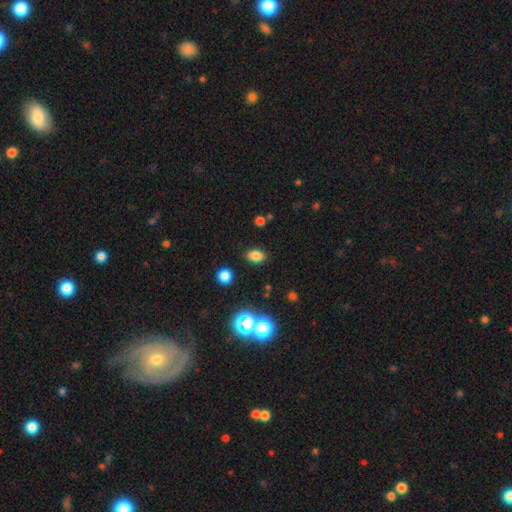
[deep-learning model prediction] Overall: smooth (80%). How rounded: in between (79%). Merging: none (86%).